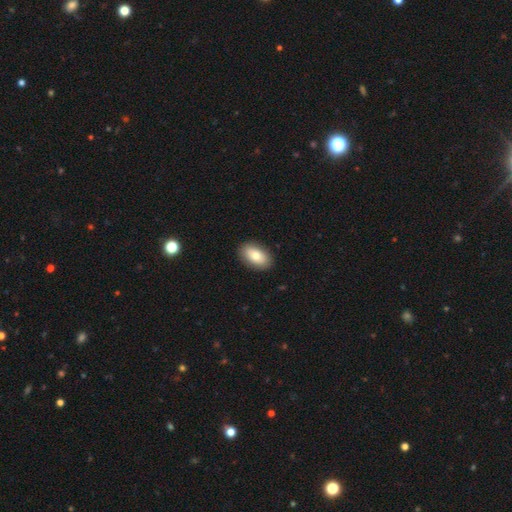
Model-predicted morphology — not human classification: Q: Smooth or featured?
A: smooth (79%); runner-up: featured or disk (14%)
Q: How rounded?
A: in between (92%); runner-up: round (6%)
Q: Merging?
A: none (89%); runner-up: minor disturbance (8%)